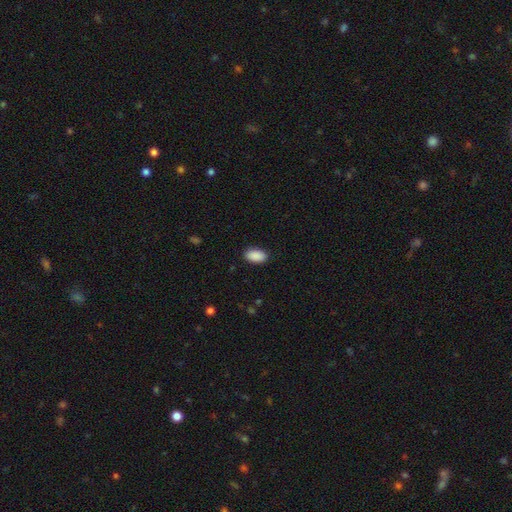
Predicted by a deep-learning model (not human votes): This appears to be a smooth galaxy with no disk features (91%) that is in between round and cigar-shaped (94%). Merging: none (88%).